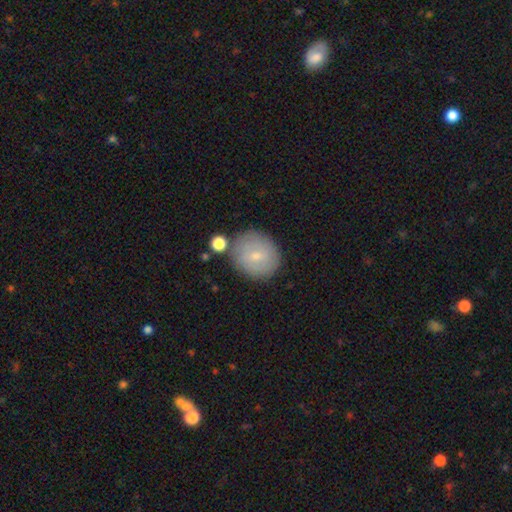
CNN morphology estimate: Smooth or featured: smooth — 67% (featured or disk — 25%)
How rounded: round — 82% (in between — 17%)
Merging: none — 75% (minor disturbance — 14%)